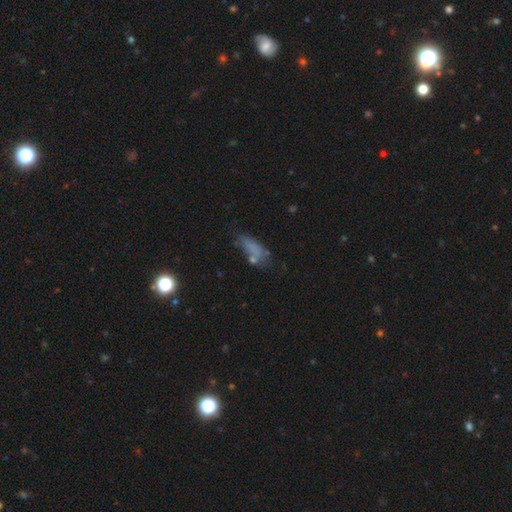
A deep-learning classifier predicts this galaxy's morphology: Smooth or featured: smooth — 55% (featured or disk — 23%)
How rounded: in between — 61% (cigar-shaped — 32%)
Merging: none — 46% (minor disturbance — 25%)